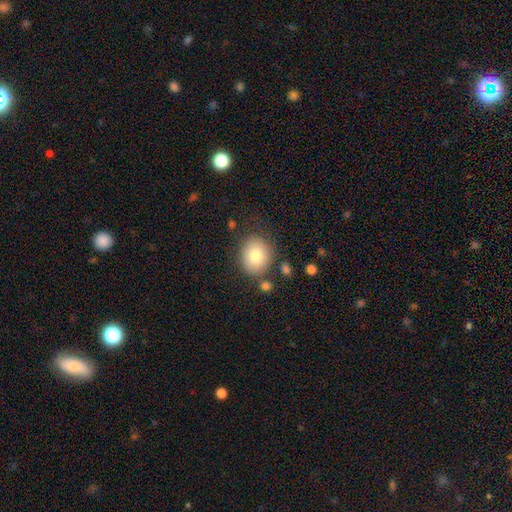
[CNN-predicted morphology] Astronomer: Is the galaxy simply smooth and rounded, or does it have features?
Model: smooth — 80%.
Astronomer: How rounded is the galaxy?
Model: round — 67%.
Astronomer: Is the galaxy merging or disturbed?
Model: none — 78%.